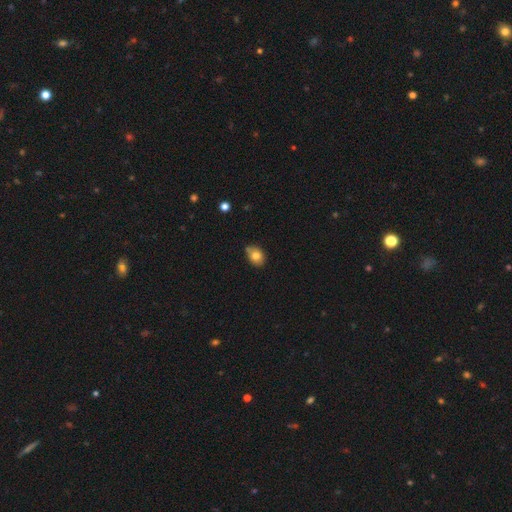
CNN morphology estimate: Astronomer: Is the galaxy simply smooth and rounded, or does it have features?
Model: smooth — 79%.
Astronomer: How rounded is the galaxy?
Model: in between — 61% (runner-up: round, 37%).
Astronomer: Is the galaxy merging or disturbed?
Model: none — 67%.